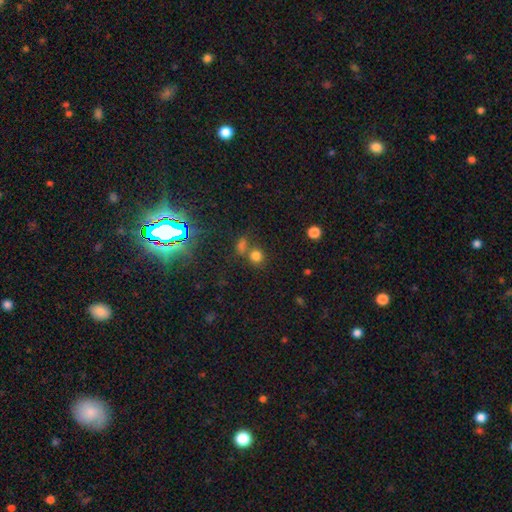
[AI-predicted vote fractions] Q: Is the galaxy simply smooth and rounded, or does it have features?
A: smooth — 74%.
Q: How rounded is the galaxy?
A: round — 82%.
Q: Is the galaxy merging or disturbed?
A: none — 57%.